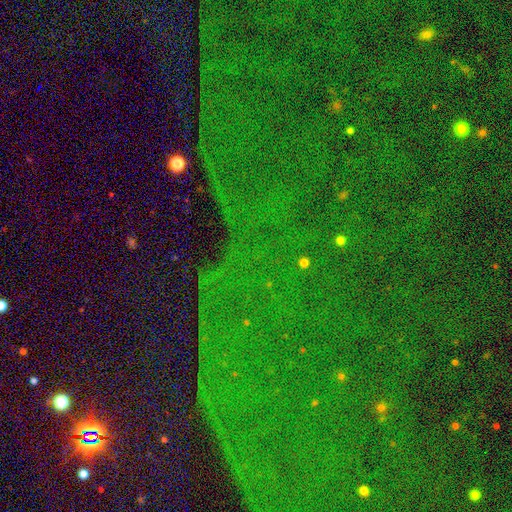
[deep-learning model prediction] Smooth or featured: star or artifact — 86% (smooth — 7%)